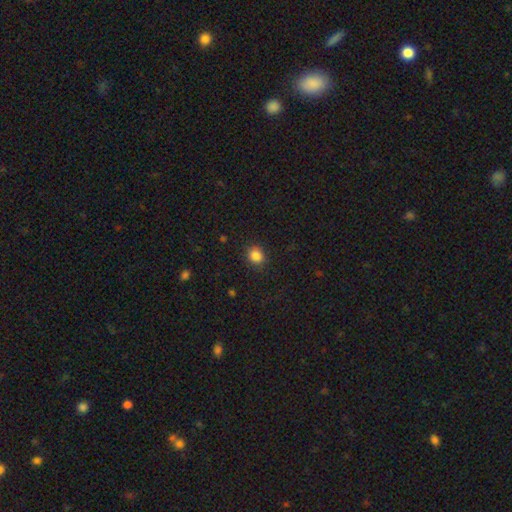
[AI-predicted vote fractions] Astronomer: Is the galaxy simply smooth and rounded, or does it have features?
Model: smooth — 86%.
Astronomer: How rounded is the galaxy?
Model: round — 70%.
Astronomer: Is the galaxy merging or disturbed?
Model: none — 87%.